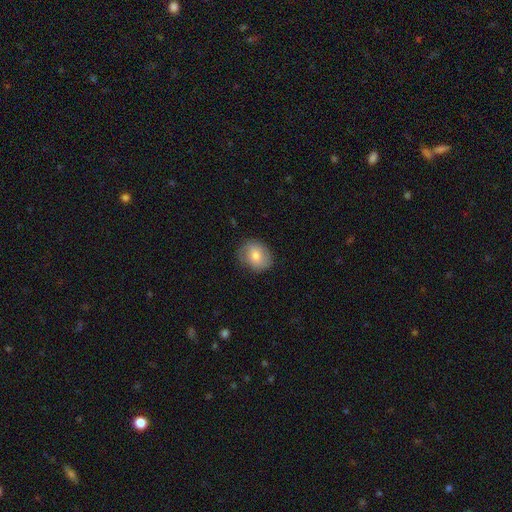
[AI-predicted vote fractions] smooth 67%, featured or disk 25%, star or artifact 8%. Down the decision tree: how rounded — round (60%); merging — none (79%).